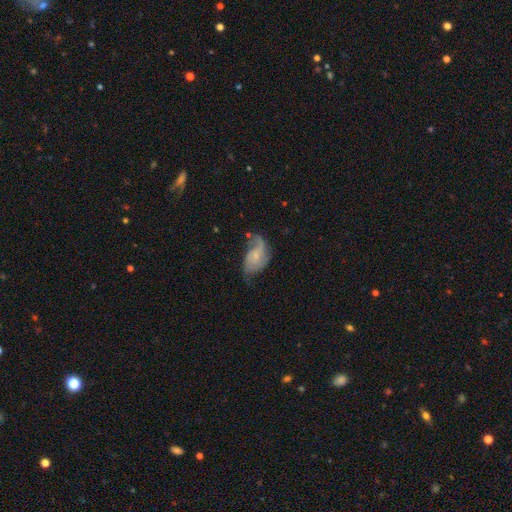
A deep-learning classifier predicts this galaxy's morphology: Overall: featured or disk (70%). Edge-on disk: no (97%). Bar: no (62%; weak 33%). Spiral arms: yes (89%). Spiral arm count: 2 (63%). Spiral winding: loose (43%; medium 39%). Bulge size: small (64%). Merging: none (41%; minor disturbance 30%).